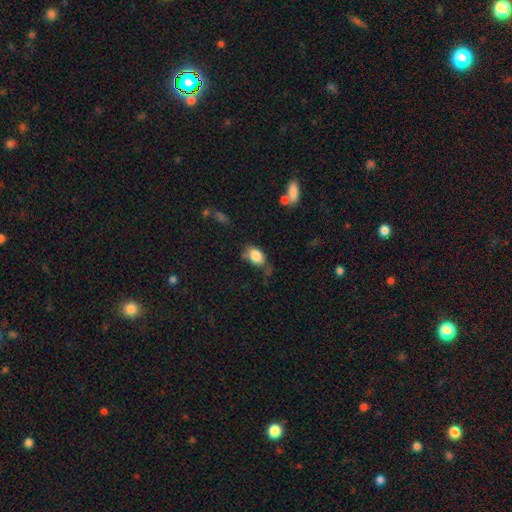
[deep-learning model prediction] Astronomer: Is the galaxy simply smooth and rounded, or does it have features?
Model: smooth — 84%.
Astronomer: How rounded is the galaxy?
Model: in between — 84%.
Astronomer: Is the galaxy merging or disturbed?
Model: none — 52% (runner-up: minor disturbance, 31%).